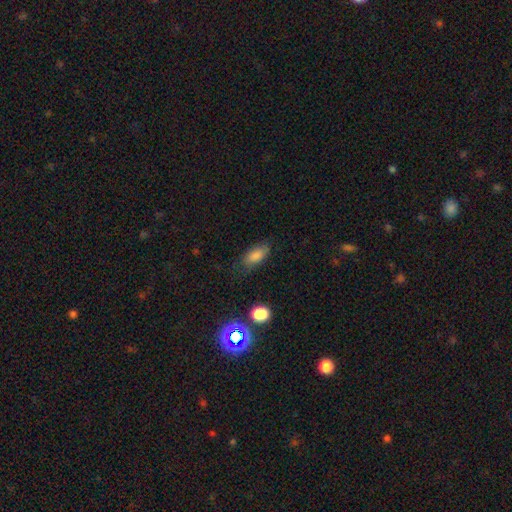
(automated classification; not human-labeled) Overall: smooth (79%). How rounded: in between (86%). Merging: none (74%).